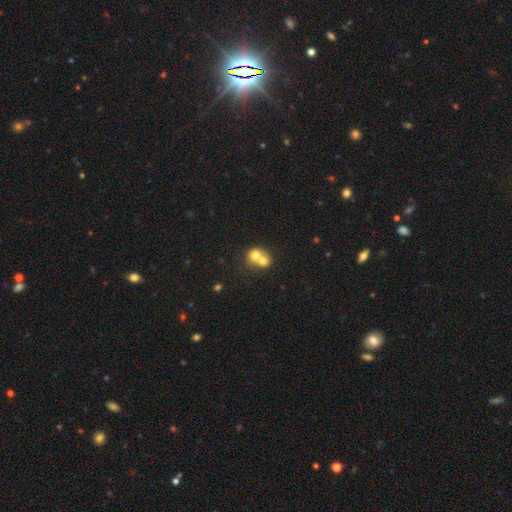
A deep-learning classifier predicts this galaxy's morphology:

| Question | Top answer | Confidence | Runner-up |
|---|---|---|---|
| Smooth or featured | smooth | 67% | featured or disk (23%) |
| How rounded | round | 71% | in between (28%) |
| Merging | merger | 73% | none (20%) |